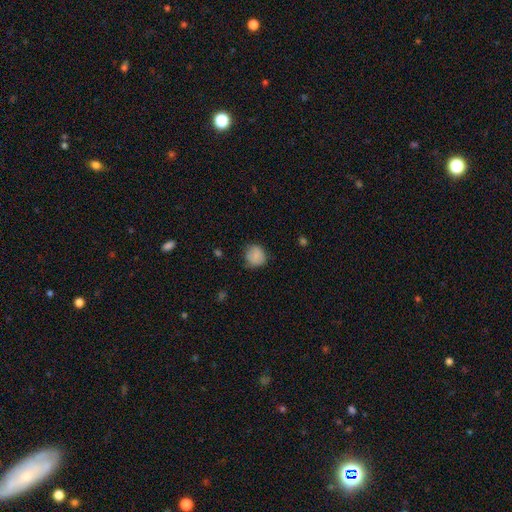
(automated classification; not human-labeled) This appears to be a smooth galaxy with no disk features (82%) that is round (83%). Merging: none (73%).